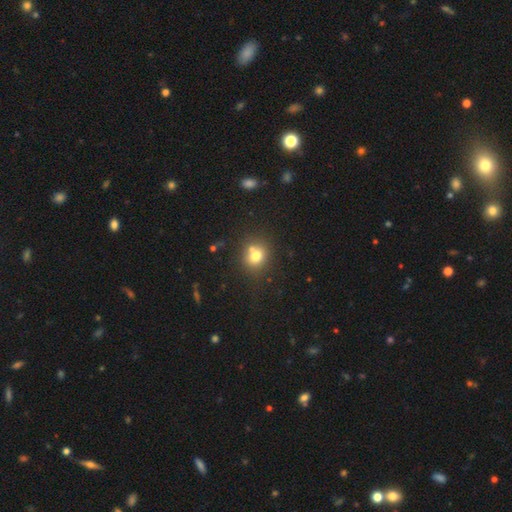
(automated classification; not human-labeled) The model was most divided on "merging": none: 61%, merger: 23%, minor disturbance: 12%, major disturbance: 4%. More confident: how rounded — round (75%); smooth or featured — smooth (73%).